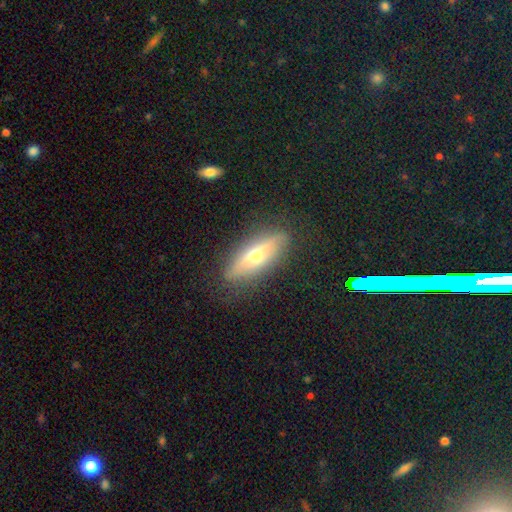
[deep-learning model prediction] Q: Smooth or featured?
A: featured or disk (54%); runner-up: smooth (38%)
Q: Edge-on disk?
A: yes (81%); runner-up: no (19%)
Q: Merging?
A: none (85%); runner-up: minor disturbance (11%)